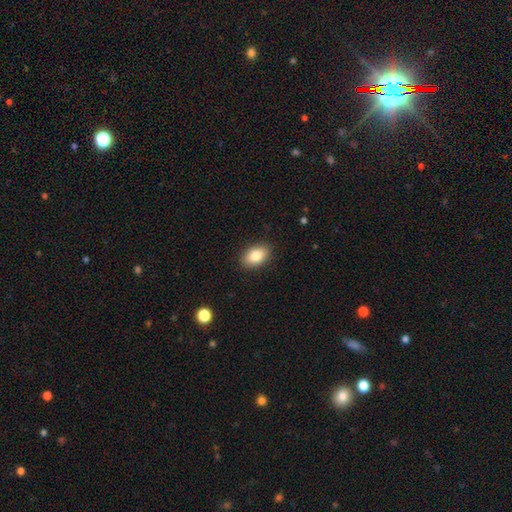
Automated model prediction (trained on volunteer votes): smooth-or-featured: smooth: 84% | featured or disk: 9% | star or artifact: 8%
  how-rounded: in between: 89% | round: 10% | cigar-shaped: 2%
  merging: none: 88% | minor disturbance: 8% | major disturbance: 2% | merger: 1%